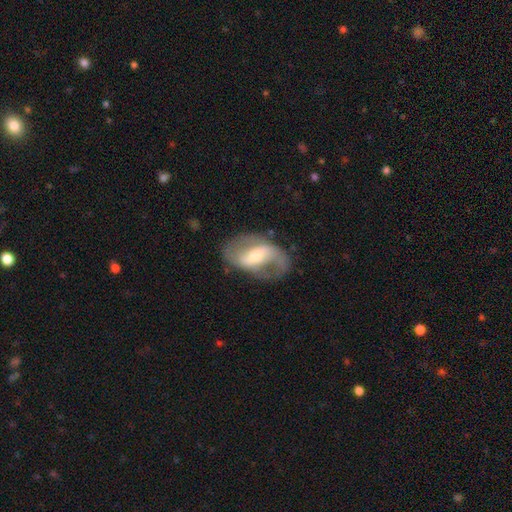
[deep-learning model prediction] Smooth or featured? featured or disk (77%)
Edge-on disk? no (95%)
Bar? strong (43%)
Spiral arms? yes (79%)
Spiral winding? medium (43%)
Spiral arm count? 2 (84%)
Bulge size? moderate (51%)
Merging? none (68%)